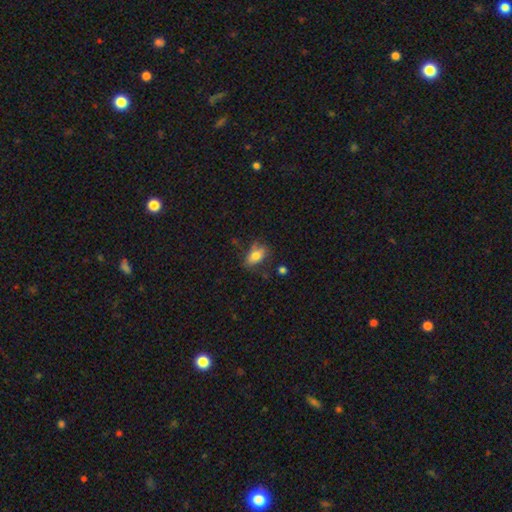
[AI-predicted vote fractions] A smooth galaxy with no disk features (76%) that is in between round and cigar-shaped (87%). Merging: none (63%).